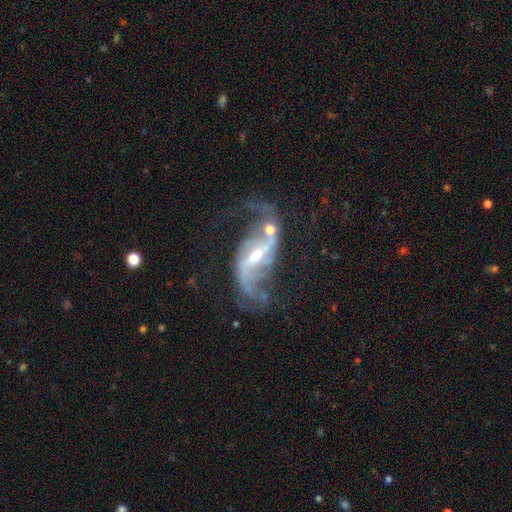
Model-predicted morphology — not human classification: Smooth or featured? featured or disk (90%)
Edge-on disk? no (96%)
Bar? strong (50%)
Spiral arms? yes (96%)
Spiral winding? loose (78%)
Spiral arm count? 2 (91%)
Bulge size? moderate (48%)
Merging? none (55%)